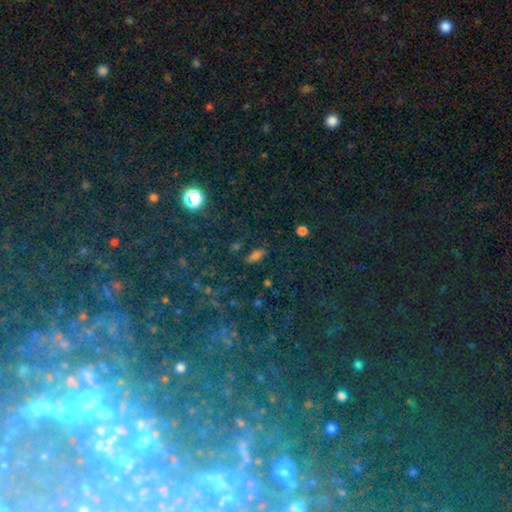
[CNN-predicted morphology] Smooth or featured? Predicted: star or artifact (p=0.44).